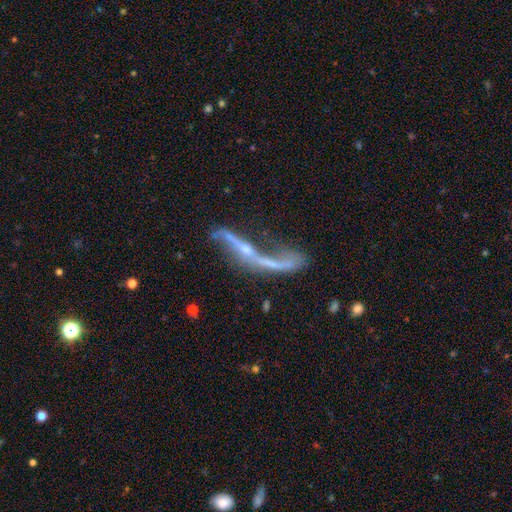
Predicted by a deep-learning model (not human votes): The model was most divided on "merging": none: 31%, major disturbance: 29%, merger: 23%, minor disturbance: 17%. More confident: smooth or featured — featured or disk (78%); edge-on disk — no (59%).